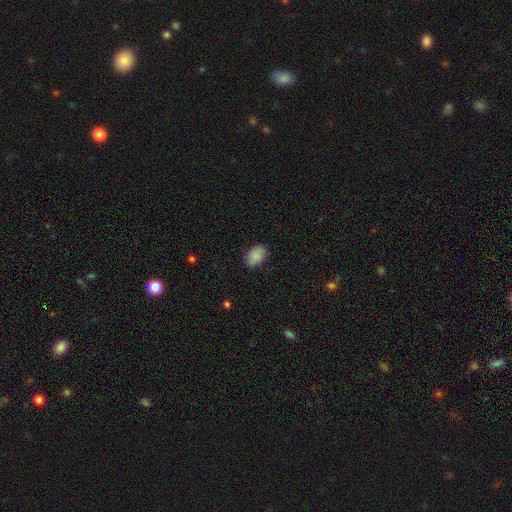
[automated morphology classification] Smooth or featured? smooth (87%)
How rounded? in between (80%)
Merging? none (83%)